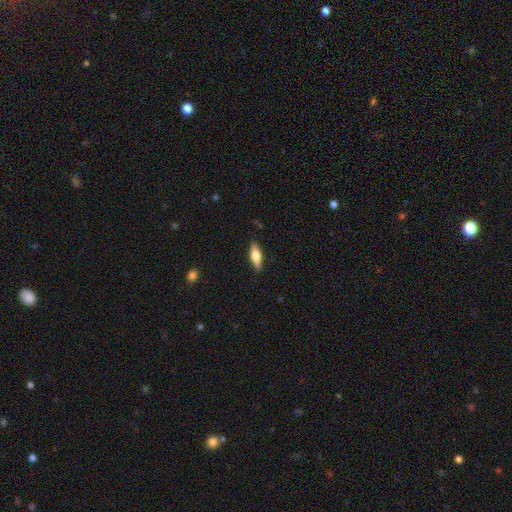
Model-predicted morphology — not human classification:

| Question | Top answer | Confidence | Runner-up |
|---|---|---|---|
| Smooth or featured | smooth | 65% | featured or disk (29%) |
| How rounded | in between | 60% | cigar-shaped (37%) |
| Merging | none | 87% | minor disturbance (10%) |